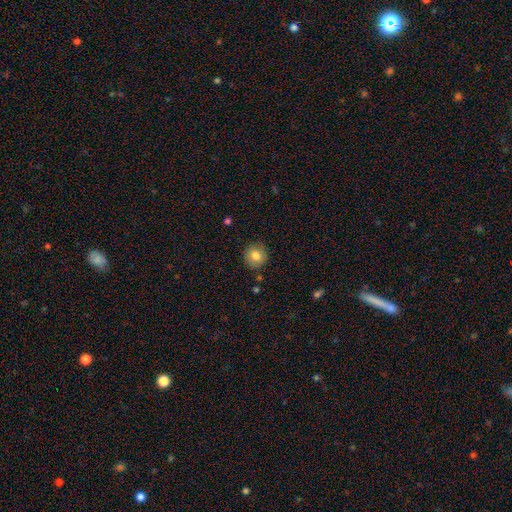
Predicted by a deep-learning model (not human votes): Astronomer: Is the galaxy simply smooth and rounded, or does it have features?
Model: smooth — 80%.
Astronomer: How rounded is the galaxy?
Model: round — 90%.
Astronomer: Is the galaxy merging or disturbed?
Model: none — 87%.